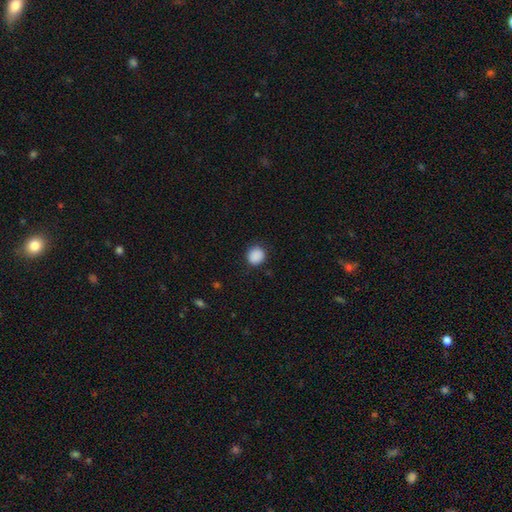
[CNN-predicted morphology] smooth-or-featured: smooth: 89% | star or artifact: 9% | featured or disk: 2%
  how-rounded: round: 86% | in between: 13% | cigar-shaped: 1%
  merging: none: 88% | minor disturbance: 8% | major disturbance: 3% | merger: 1%